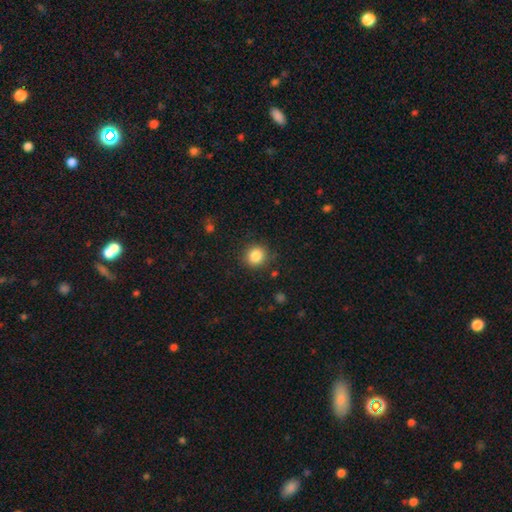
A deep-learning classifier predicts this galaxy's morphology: Overall: smooth (85%). How rounded: round (89%). Merging: none (88%).